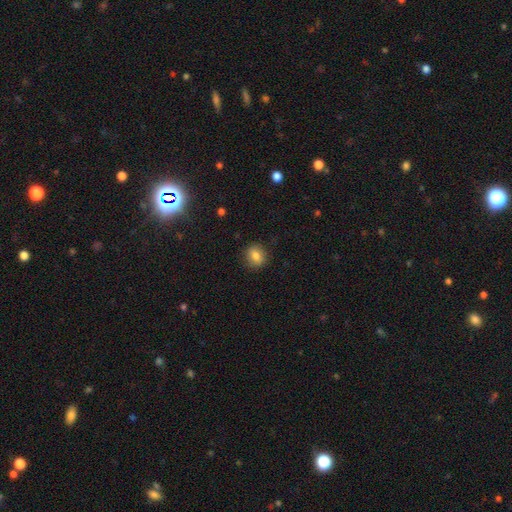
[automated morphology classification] A smooth galaxy with no disk features (80%) that is round (66%). Merging: none (87%).